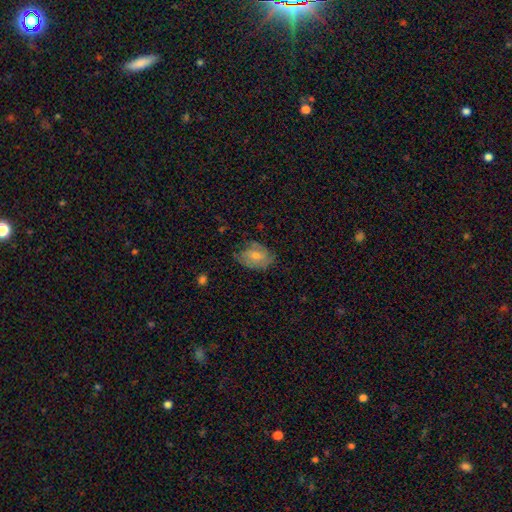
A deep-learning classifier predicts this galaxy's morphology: Smooth or featured?
  - featured or disk: 46% *
  - smooth: 43%
  - star or artifact: 11%
Merging?
  - none: 67% *
  - minor disturbance: 24%
  - major disturbance: 8%
  - merger: 1%